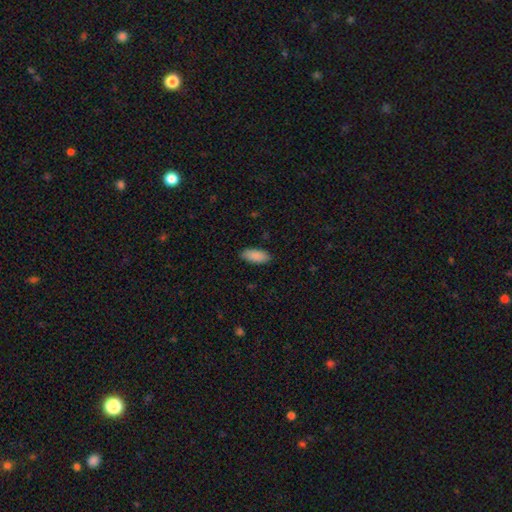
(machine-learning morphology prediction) Q: Smooth or featured?
A: smooth (90%); runner-up: star or artifact (6%)
Q: How rounded?
A: in between (86%); runner-up: cigar-shaped (12%)
Q: Merging?
A: none (88%); runner-up: minor disturbance (9%)